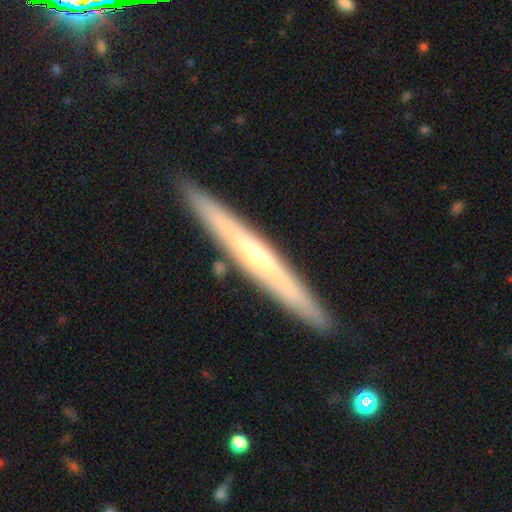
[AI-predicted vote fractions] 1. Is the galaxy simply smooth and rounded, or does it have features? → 68% featured or disk, 27% smooth, 6% star or artifact.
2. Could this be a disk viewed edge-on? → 94% yes, 6% no.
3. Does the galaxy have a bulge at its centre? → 61% rounded, 37% none, 3% boxy.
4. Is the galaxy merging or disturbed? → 90% none, 7% minor disturbance, 2% merger, 1% major disturbance.